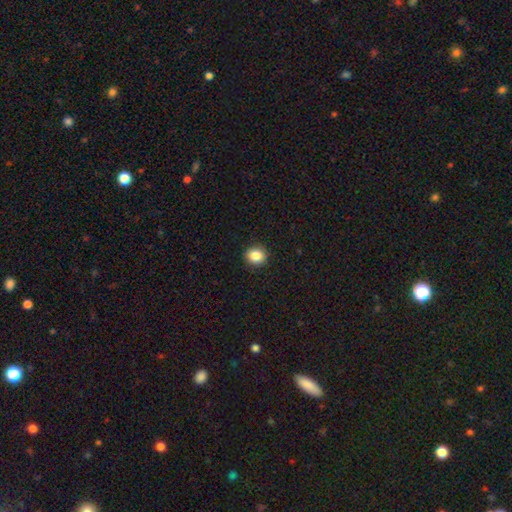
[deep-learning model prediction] Smooth or featured: smooth — 85% (star or artifact — 10%)
How rounded: round — 79% (in between — 20%)
Merging: none — 91% (minor disturbance — 6%)